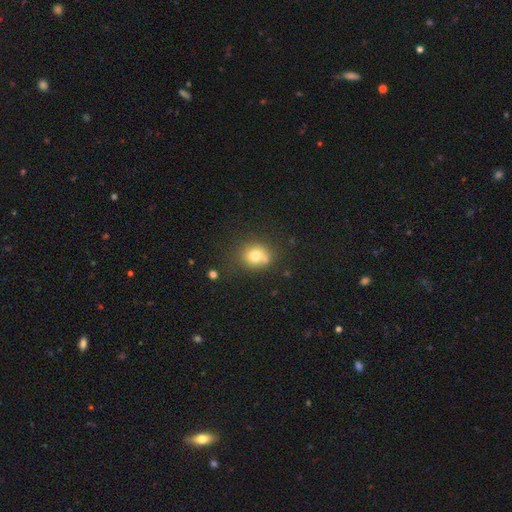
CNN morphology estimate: type=smooth (73%); roundness=round (76%); merging=none (56%).